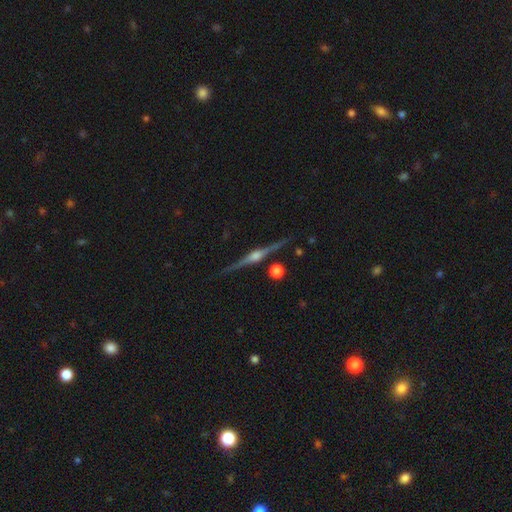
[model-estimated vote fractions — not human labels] Smooth or featured?
  - featured or disk: 87% *
  - smooth: 7%
  - star or artifact: 6%
Edge-on disk?
  - yes: 98% *
  - no: 2%
Edge-on bulge?
  - rounded: 91% *
  - boxy: 7%
  - none: 2%
Merging?
  - none: 89% *
  - minor disturbance: 7%
  - merger: 2%
  - major disturbance: 2%